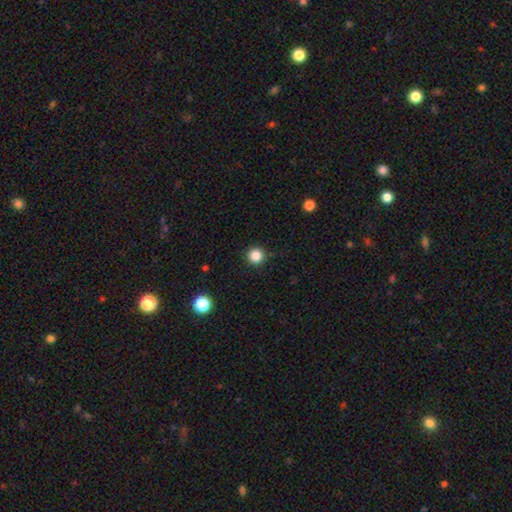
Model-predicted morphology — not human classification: A smooth galaxy with no disk features (85%) that is round (96%).

Vote fractions:
- Smooth or featured? smooth: 85% / star or artifact: 12% / featured or disk: 3%
- How rounded? round: 96% / in between: 3% / cigar-shaped: 1%
- Merging? none: 90% / minor disturbance: 7% / major disturbance: 2% / merger: 1%